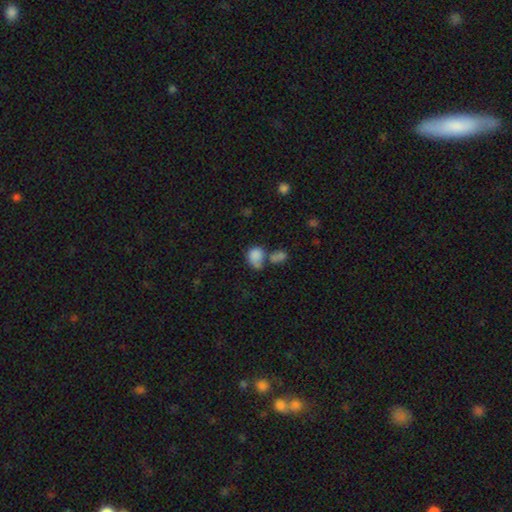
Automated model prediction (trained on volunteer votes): A smooth galaxy with no disk features (81%) that is round (55%).

Vote fractions:
- Smooth or featured? smooth: 81% / star or artifact: 10% / featured or disk: 10%
- How rounded? round: 55% / in between: 44% / cigar-shaped: 1%
- Merging? merger: 46% / none: 29% / minor disturbance: 14% / major disturbance: 11%